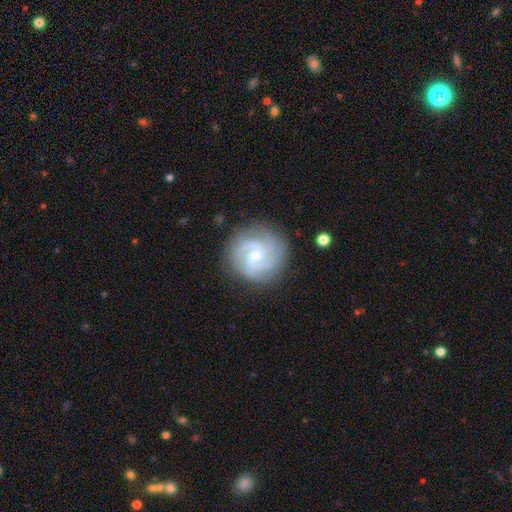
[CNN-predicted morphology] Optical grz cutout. It shows a featured or disk galaxy (88%) with no bar (53%), 3 (49%) tight (53%) spiral arms (98%) and a small central bulge (62%). Merging: none (84%).